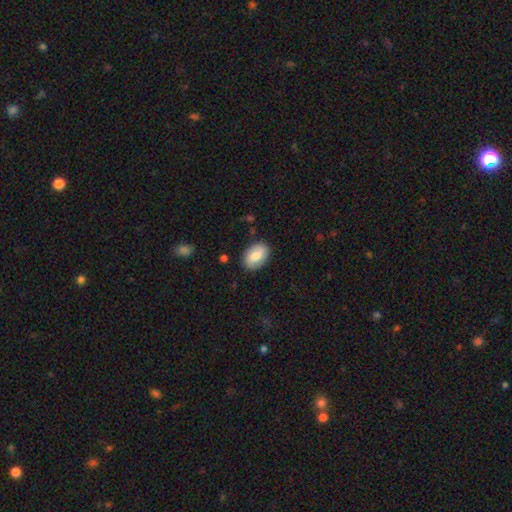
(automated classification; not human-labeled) Morphology: type=smooth (78%); roundness=in between (88%); merging=none (86%).